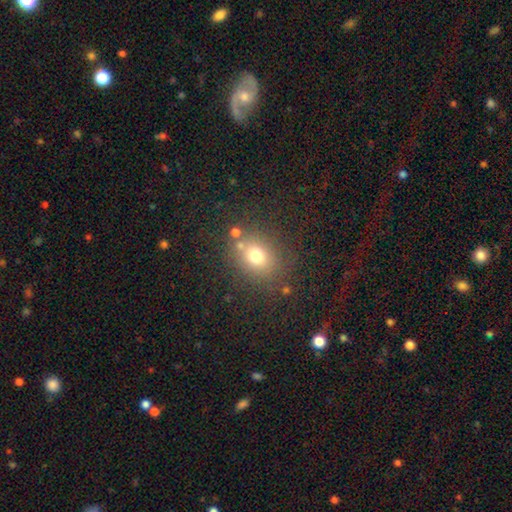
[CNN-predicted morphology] This is likely a smooth galaxy (71%). How rounded: likely round (62%). Merging: likely none (74%).